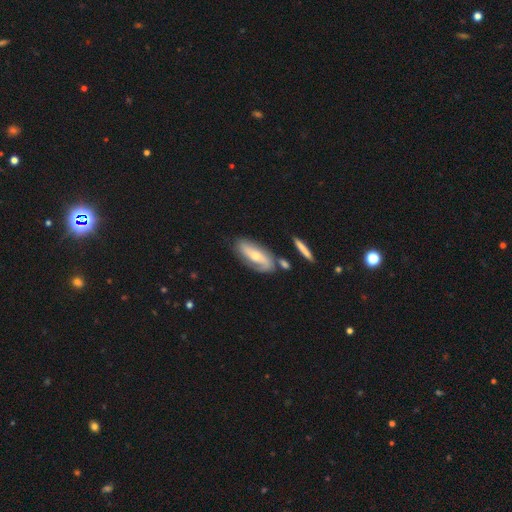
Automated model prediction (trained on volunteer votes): Smooth or featured? Predicted: featured or disk (p=0.61). Edge-on disk? Predicted: no (p=0.84). Bar? Predicted: no (p=0.53). Spiral arms? Predicted: yes (p=0.82). Bulge size? Predicted: moderate (p=0.53). Merging? Predicted: none (p=0.64).